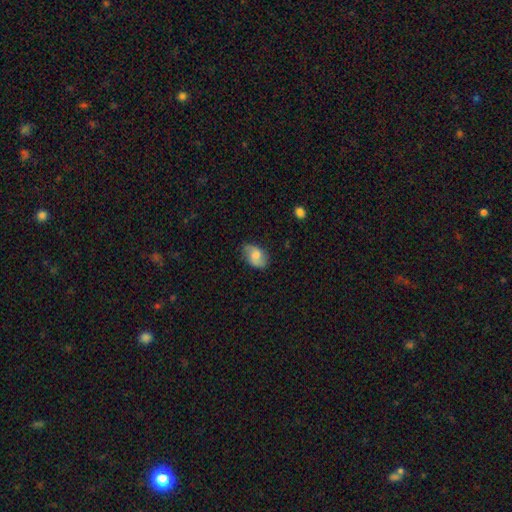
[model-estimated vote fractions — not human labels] A smooth galaxy with no disk features (53%) that is in between round and cigar-shaped (83%).

Vote fractions:
- Smooth or featured? smooth: 53% / featured or disk: 39% / star or artifact: 8%
- How rounded? in between: 83% / round: 15% / cigar-shaped: 2%
- Merging? none: 72% / minor disturbance: 22% / major disturbance: 5% / merger: 1%